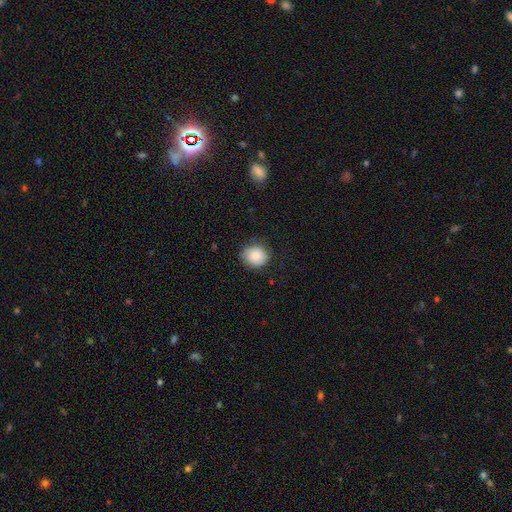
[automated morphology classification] smooth_or_featured: smooth (p=0.83) [alt: featured or disk p=0.09]
how_rounded: round (p=0.73) [alt: in between p=0.26]
merging: none (p=0.79) [alt: minor disturbance p=0.16]